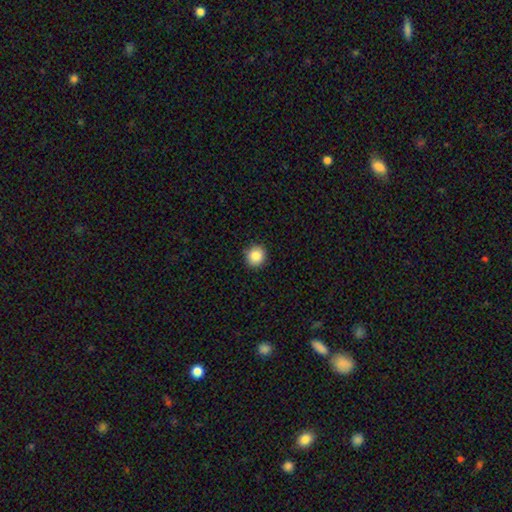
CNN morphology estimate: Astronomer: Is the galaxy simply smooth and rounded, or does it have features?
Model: smooth — 86%.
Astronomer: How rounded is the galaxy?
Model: round — 89%.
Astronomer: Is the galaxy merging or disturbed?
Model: none — 91%.